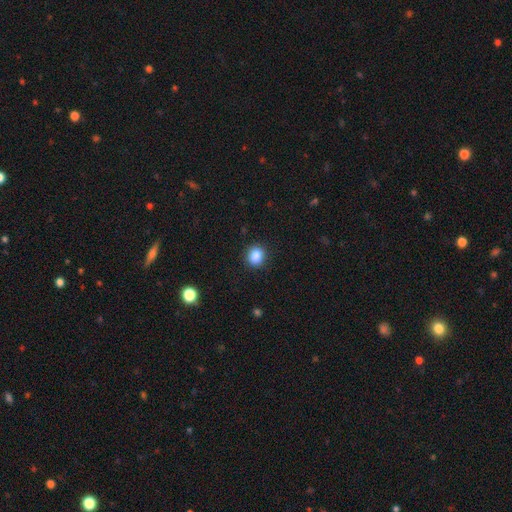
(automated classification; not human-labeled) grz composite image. It shows a smooth galaxy with no disk features (87%) that is round (70%). Merging: none (88%).